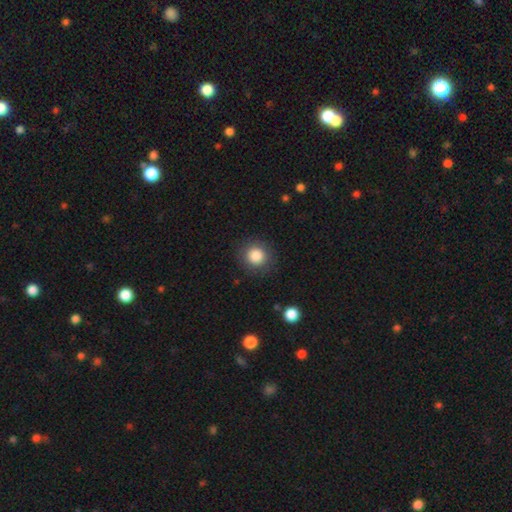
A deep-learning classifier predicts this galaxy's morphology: A smooth galaxy with no disk features (85%) that is round (92%).

Vote fractions:
- Smooth or featured? smooth: 85% / star or artifact: 10% / featured or disk: 6%
- How rounded? round: 92% / in between: 7% / cigar-shaped: 1%
- Merging? none: 88% / minor disturbance: 8% / major disturbance: 3% / merger: 1%